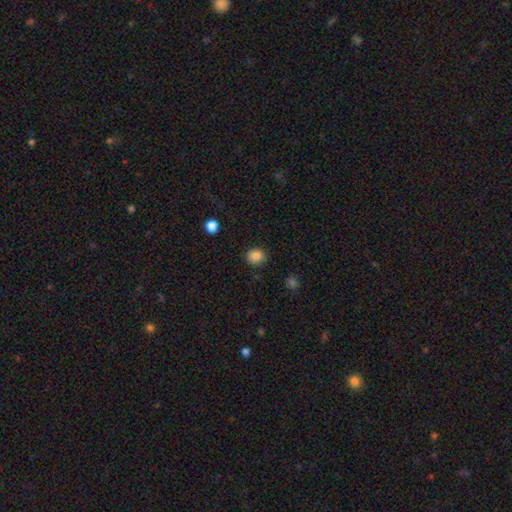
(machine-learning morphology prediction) Smooth or featured: smooth — 86% (star or artifact — 10%)
How rounded: round — 72% (in between — 28%)
Merging: none — 88% (minor disturbance — 9%)